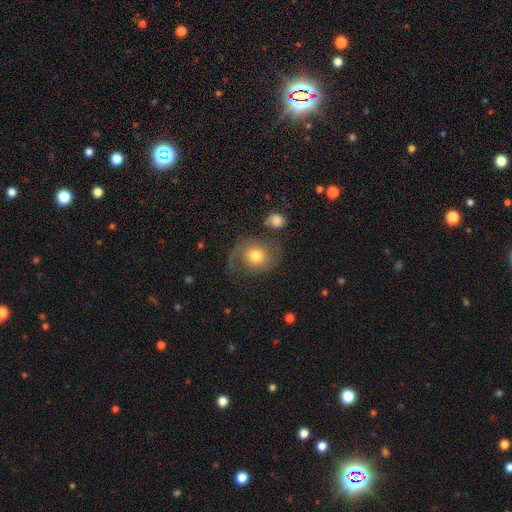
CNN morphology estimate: This appears to be a featured or disk galaxy (63%) with no bar (76%), 2 (83%) medium (46%) spiral arms (89%) and a moderate central bulge (67%). Merging: none (57%).